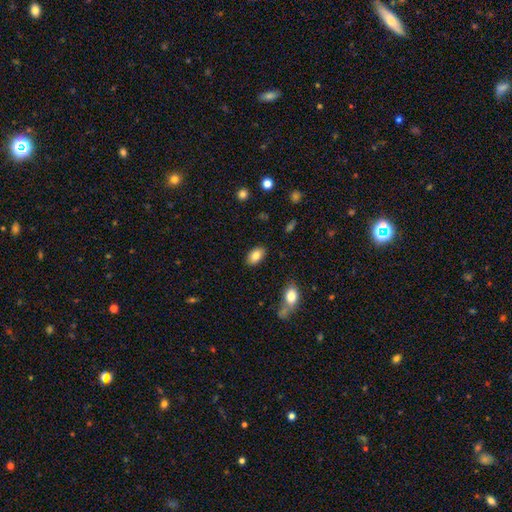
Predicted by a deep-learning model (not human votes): smooth_or_featured: smooth (p=0.83) [alt: featured or disk p=0.09]
how_rounded: in between (p=0.92) [alt: round p=0.06]
merging: none (p=0.86) [alt: minor disturbance p=0.10]